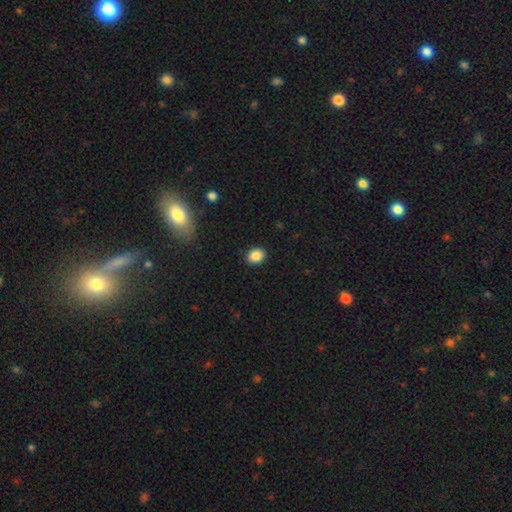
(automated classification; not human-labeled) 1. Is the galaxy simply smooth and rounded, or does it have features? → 87% smooth, 9% star or artifact, 4% featured or disk.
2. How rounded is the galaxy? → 58% round, 41% in between, 1% cigar-shaped.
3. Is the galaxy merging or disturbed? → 91% none, 6% minor disturbance, 2% major disturbance, 1% merger.